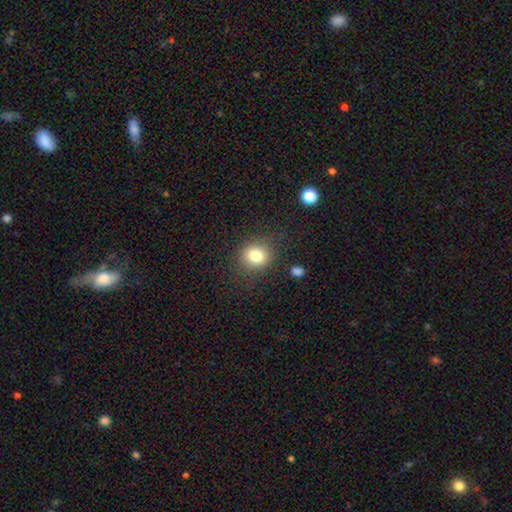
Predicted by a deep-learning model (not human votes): Smooth or featured? smooth (79%)
How rounded? round (78%)
Merging? none (83%)